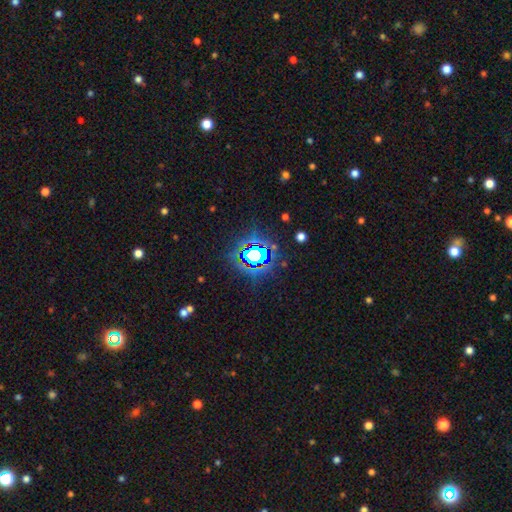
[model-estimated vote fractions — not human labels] This is likely a star or artifact rather than a galaxy (67%).